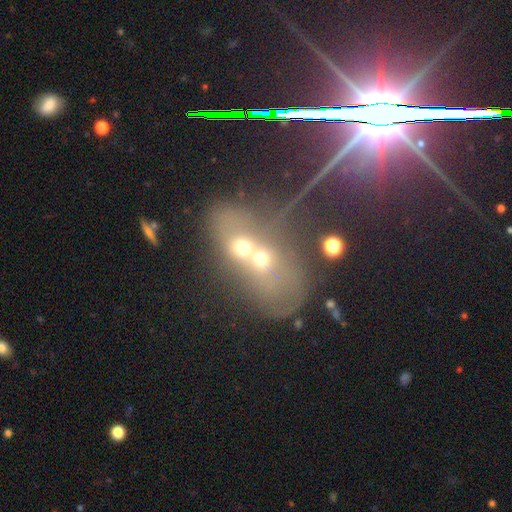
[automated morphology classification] Smooth or featured? smooth (41%)
Merging? merger (76%)